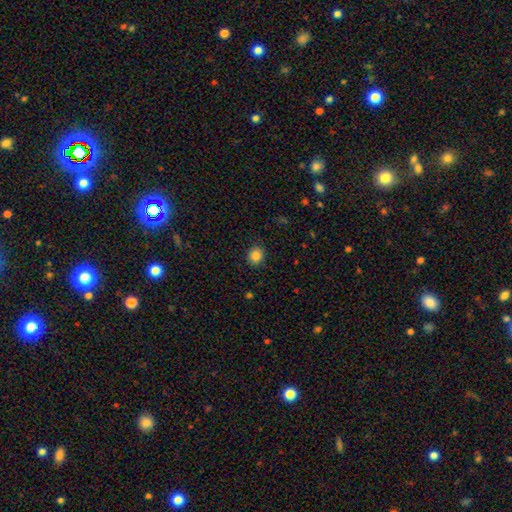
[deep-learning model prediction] A smooth galaxy with no disk features (85%) that is round (80%).

Vote fractions:
- Smooth or featured? smooth: 85% / star or artifact: 10% / featured or disk: 4%
- How rounded? round: 80% / in between: 19% / cigar-shaped: 1%
- Merging? none: 88% / minor disturbance: 9% / major disturbance: 3% / merger: 1%